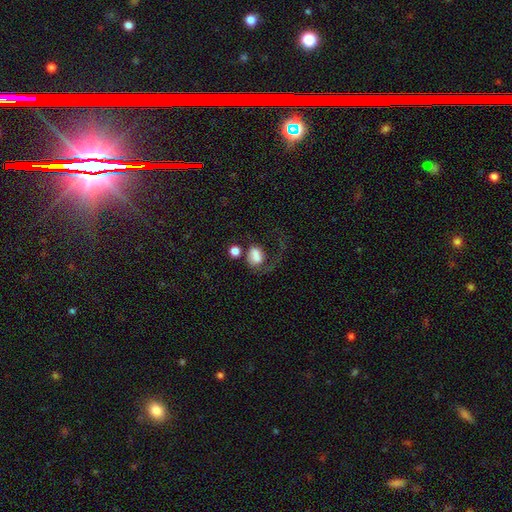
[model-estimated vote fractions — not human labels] Morphology: type=smooth (62%); roundness=in between (52%); merging=major disturbance (45%).